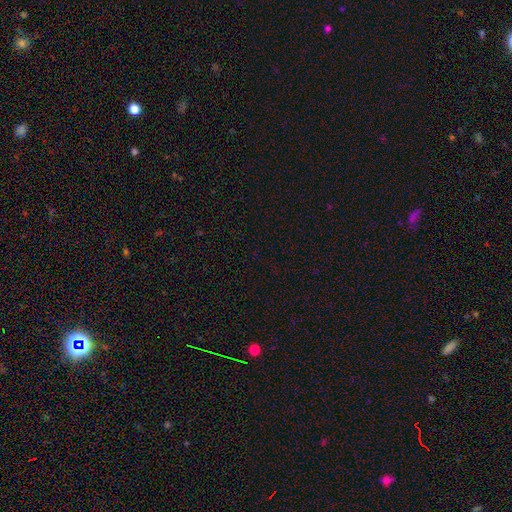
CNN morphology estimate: A star or artifact, not a galaxy (70%).